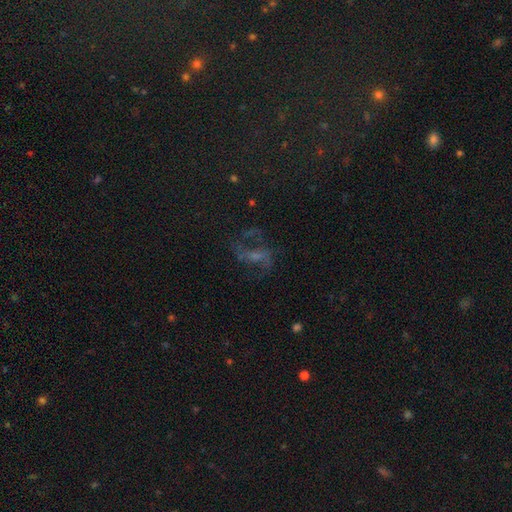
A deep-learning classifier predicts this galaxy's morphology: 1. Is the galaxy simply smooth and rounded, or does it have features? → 58% featured or disk, 28% star or artifact, 14% smooth.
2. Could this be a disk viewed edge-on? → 95% no, 5% yes.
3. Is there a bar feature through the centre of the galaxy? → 43% weak, 37% no, 19% strong.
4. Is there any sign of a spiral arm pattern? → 82% yes, 18% no.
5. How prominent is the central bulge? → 42% small, 28% moderate, 24% none, 5% large, 2% dominant.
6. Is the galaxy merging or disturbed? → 59% none, 22% major disturbance, 15% minor disturbance, 3% merger.